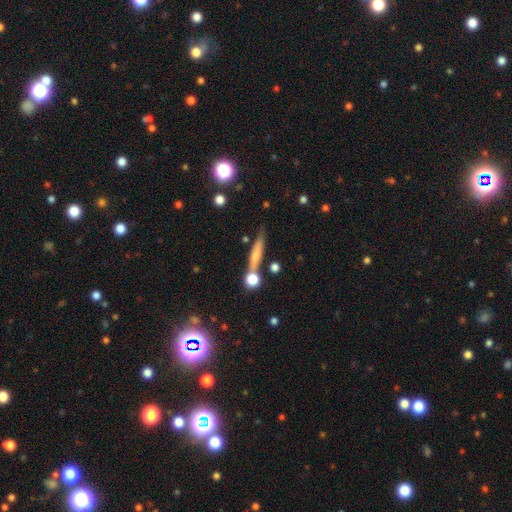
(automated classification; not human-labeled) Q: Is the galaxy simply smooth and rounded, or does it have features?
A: smooth — 56%.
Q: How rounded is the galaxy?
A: cigar-shaped — 85%.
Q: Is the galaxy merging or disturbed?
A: none — 68%.